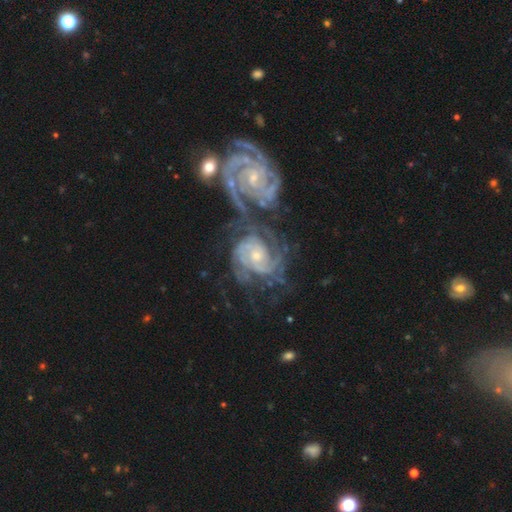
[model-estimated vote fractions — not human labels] Smooth or featured: featured or disk — 90% (star or artifact — 5%)
Edge-on disk: no — 98% (yes — 2%)
Bar: no — 70% (weak — 22%)
Spiral arms: yes — 98% (no — 2%)
Spiral winding: tight — 71% (medium — 25%)
Spiral arm count: 3 — 30% (2 — 25%)
Bulge size: small — 59% (moderate — 36%)
Merging: merger — 54% (none — 24%)